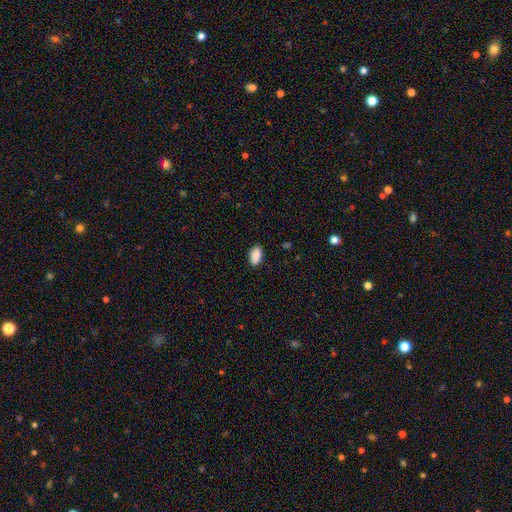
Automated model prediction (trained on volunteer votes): Overall: smooth (89%). How rounded: in between (93%). Merging: none (84%).